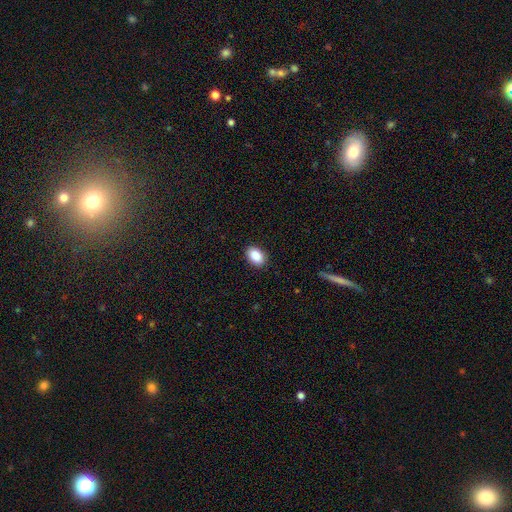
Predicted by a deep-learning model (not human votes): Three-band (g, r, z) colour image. It shows a smooth galaxy with no disk features (90%) that is in between round and cigar-shaped (87%). Merging: none (89%).